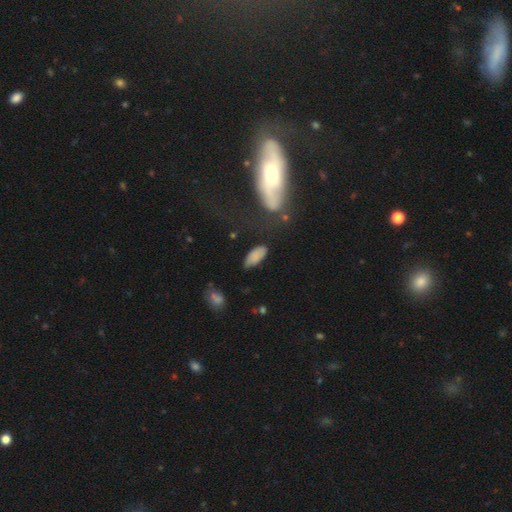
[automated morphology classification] smooth-or-featured: smooth: 80% | featured or disk: 11% | star or artifact: 9%
  how-rounded: in between: 87% | cigar-shaped: 11% | round: 2%
  merging: none: 69% | minor disturbance: 20% | major disturbance: 7% | merger: 4%